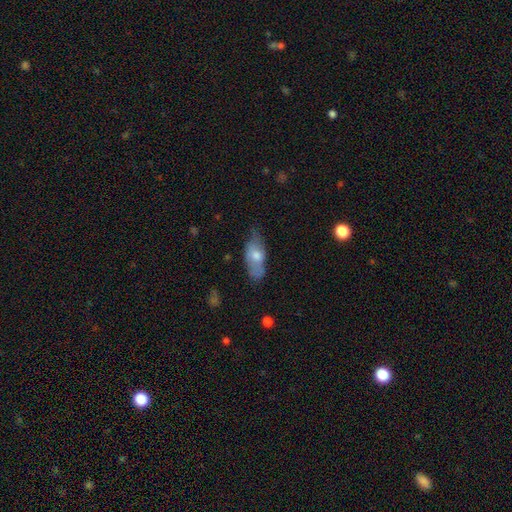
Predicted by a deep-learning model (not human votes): This is possibly a smooth galaxy (57%). How rounded: clearly in between (83%). Merging: possibly none (57%).